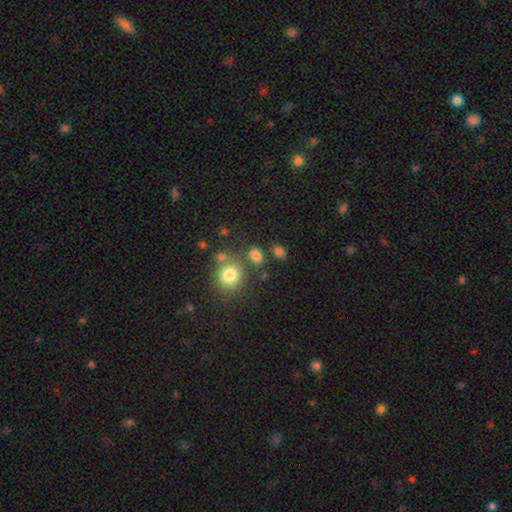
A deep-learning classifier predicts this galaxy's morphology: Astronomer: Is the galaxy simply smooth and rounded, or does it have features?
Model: smooth — 80%.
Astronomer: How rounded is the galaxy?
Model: in between — 60% (runner-up: round, 38%).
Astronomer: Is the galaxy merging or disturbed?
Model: none — 69%.